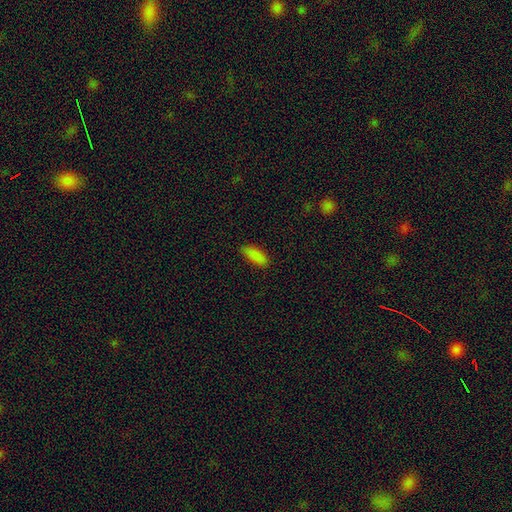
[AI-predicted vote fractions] A smooth galaxy with no disk features (87%) that is in between round and cigar-shaped (75%). Merging: none (84%).